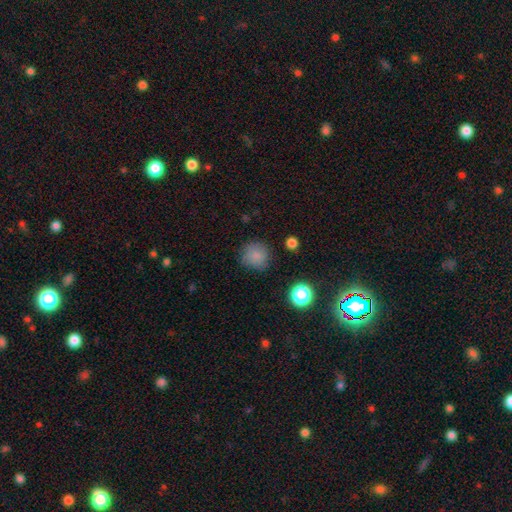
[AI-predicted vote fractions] Smooth or featured?
  - smooth: 82% *
  - star or artifact: 12%
  - featured or disk: 6%
How rounded?
  - round: 91% *
  - in between: 9%
  - cigar-shaped: 1%
Merging?
  - none: 78% *
  - minor disturbance: 16%
  - major disturbance: 5%
  - merger: 2%